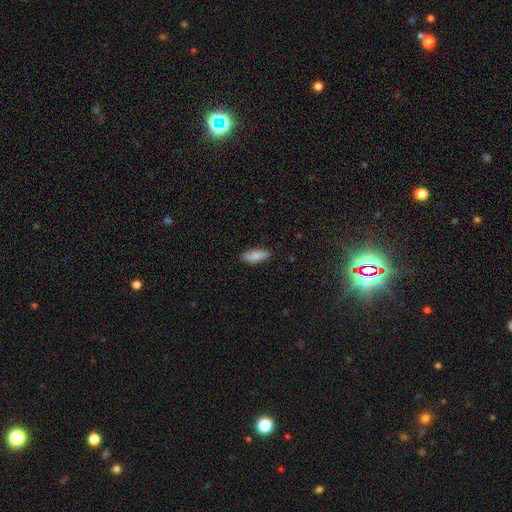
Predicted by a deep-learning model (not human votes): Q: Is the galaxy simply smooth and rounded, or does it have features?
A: smooth — 86%.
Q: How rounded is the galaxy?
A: in between — 69%.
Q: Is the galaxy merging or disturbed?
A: none — 88%.